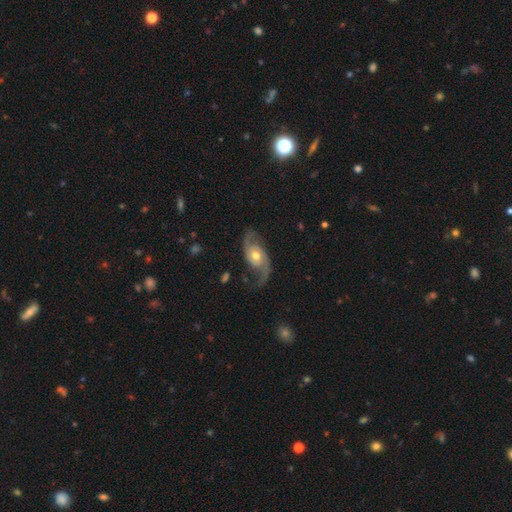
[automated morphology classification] smooth_or_featured: featured or disk (p=0.87) [alt: smooth p=0.08]
disk_edge_on: no (p=0.96) [alt: yes p=0.04]
bar: no (p=0.69) [alt: weak p=0.24]
has_spiral_arms: yes (p=0.96) [alt: no p=0.04]
spiral_winding: loose (p=0.48) [alt: medium p=0.39]
spiral_arm_count: 2 (p=0.92) [alt: can't tell p=0.02]
bulge_size: moderate (p=0.72) [alt: small p=0.18]
merging: none (p=0.73) [alt: minor disturbance p=0.16]